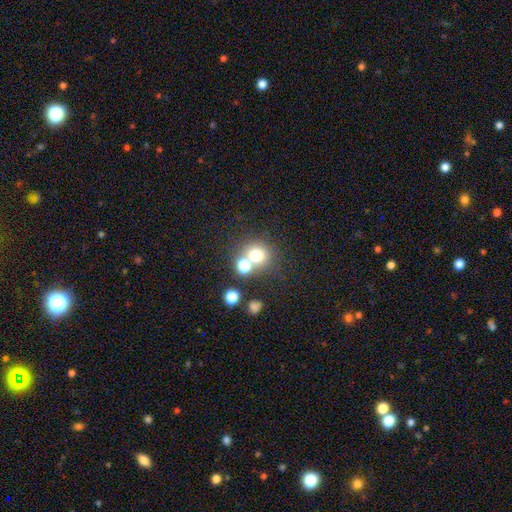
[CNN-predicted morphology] smooth 71%, star or artifact 16%, featured or disk 12%. Down the decision tree: how rounded — round (84%); merging — none (54%).